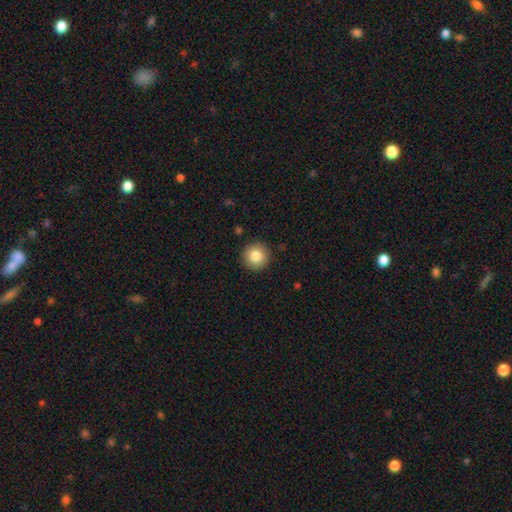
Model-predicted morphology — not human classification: Smooth or featured?
  - smooth: 83% *
  - star or artifact: 9%
  - featured or disk: 8%
How rounded?
  - round: 95% *
  - in between: 4%
  - cigar-shaped: 1%
Merging?
  - none: 92% *
  - minor disturbance: 6%
  - major disturbance: 2%
  - merger: 1%